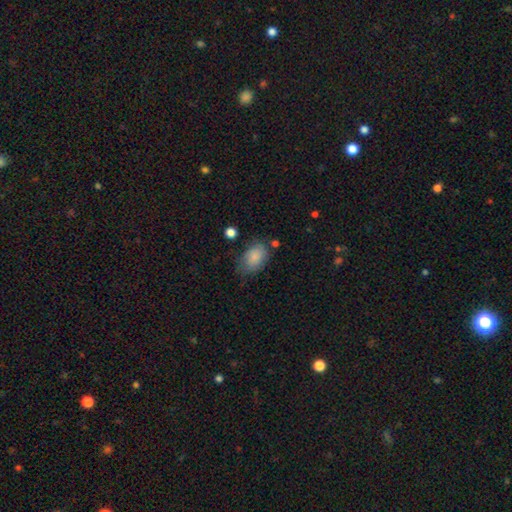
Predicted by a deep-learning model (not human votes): Smooth or featured? smooth (86%)
How rounded? in between (88%)
Merging? none (64%)